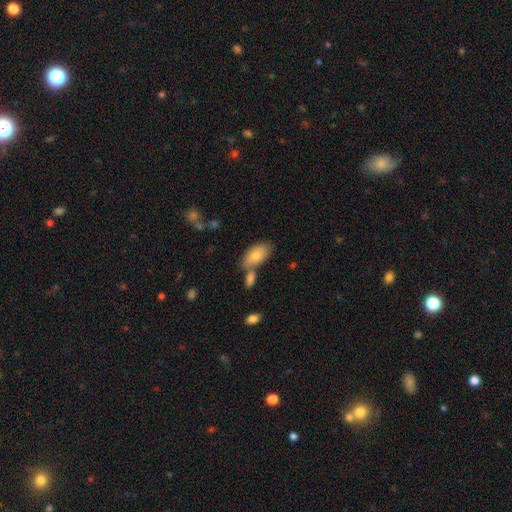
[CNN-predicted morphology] A smooth galaxy with no disk features (76%) that is in between round and cigar-shaped (93%). Merging: none (58%).